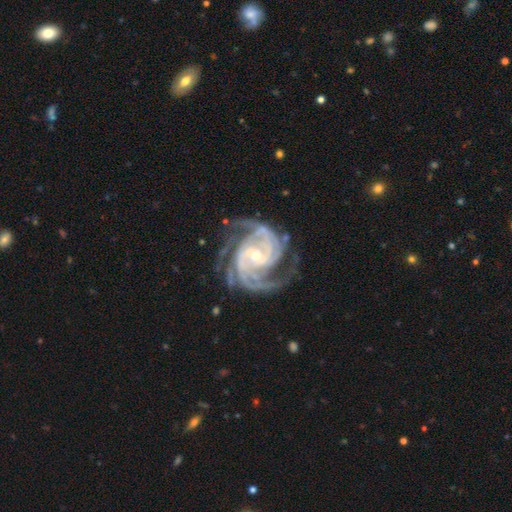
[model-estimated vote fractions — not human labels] Morphology: type=featured or disk (94%); edge-on=no (98%); bar=weak (42%); spiral arms=yes (99%); winding=tight (54%); arm count=2 (33%); bulge=small (61%); merging=none (74%).